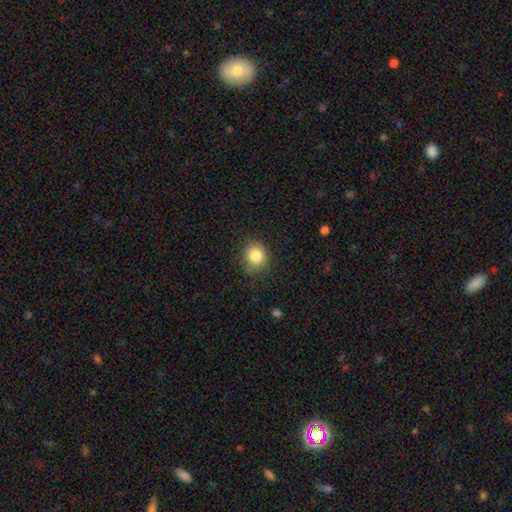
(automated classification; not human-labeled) The model was most divided on "how rounded": round: 80%, in between: 19%, cigar-shaped: 1%. More confident: smooth or featured — smooth (84%); merging — none (81%).